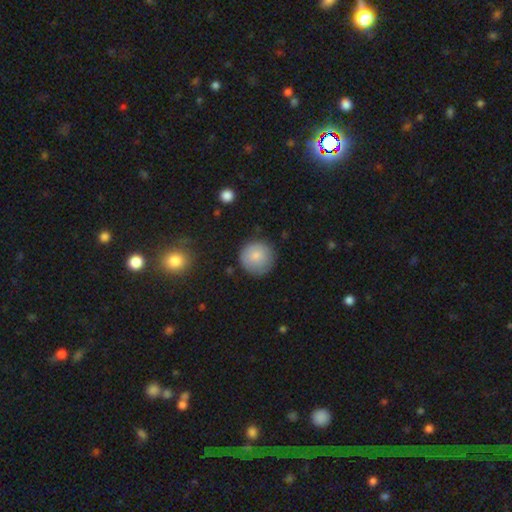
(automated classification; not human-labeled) Smooth or featured? Predicted: smooth (p=0.82). How rounded? Predicted: round (p=0.94). Merging? Predicted: none (p=0.83).